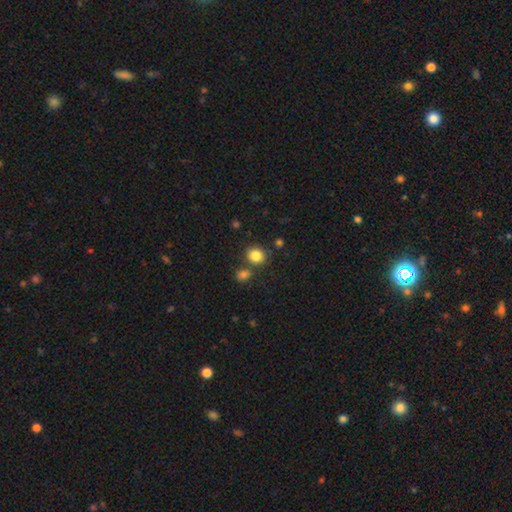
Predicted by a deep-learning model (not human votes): A smooth galaxy with no disk features (84%) that is round (75%).

Vote fractions:
- Smooth or featured? smooth: 84% / star or artifact: 11% / featured or disk: 6%
- How rounded? round: 75% / in between: 24% / cigar-shaped: 1%
- Merging? none: 74% / merger: 14% / minor disturbance: 9% / major disturbance: 3%